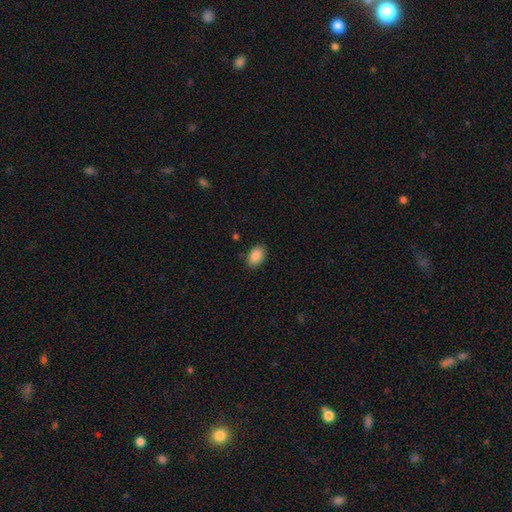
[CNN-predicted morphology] A smooth galaxy with no disk features (89%) that is in between round and cigar-shaped (86%). Merging: none (86%).